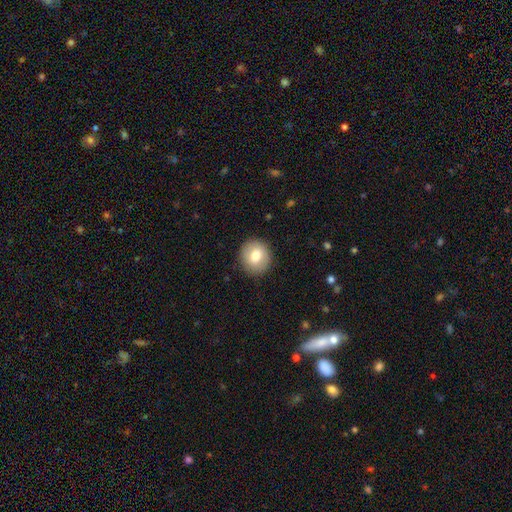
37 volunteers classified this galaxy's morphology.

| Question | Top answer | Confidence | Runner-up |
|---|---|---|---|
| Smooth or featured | smooth | 78% | featured or disk (19%) |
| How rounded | round | 90% | in between (10%) |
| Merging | none | 89% | minor disturbance (8%) |